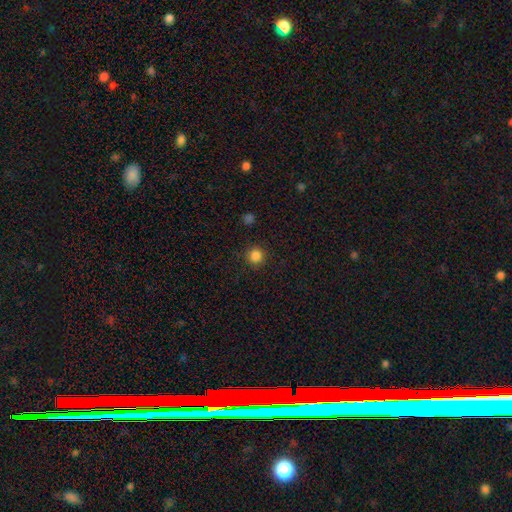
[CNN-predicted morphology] type=smooth (85%); roundness=round (95%); merging=none (91%).